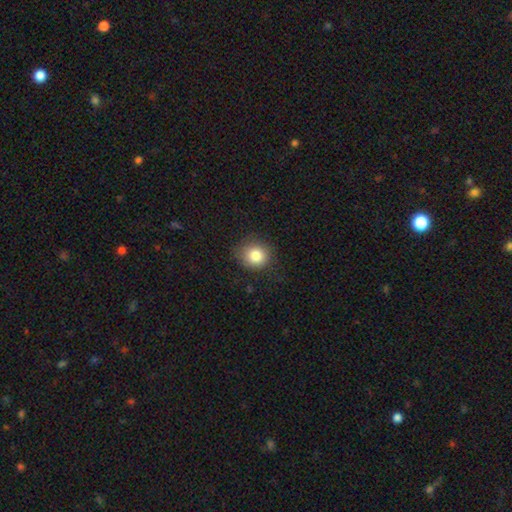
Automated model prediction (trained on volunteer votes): Overall: smooth (84%). How rounded: round (81%). Merging: none (79%).